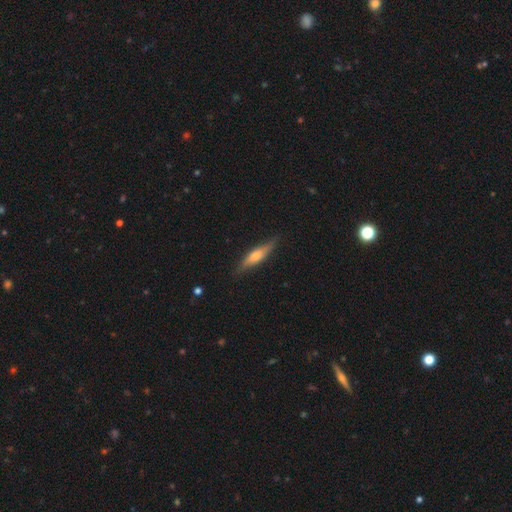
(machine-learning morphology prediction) Smooth or featured?
  - featured or disk: 52% *
  - smooth: 42%
  - star or artifact: 6%
Edge-on disk?
  - yes: 91% *
  - no: 9%
Merging?
  - none: 84% *
  - minor disturbance: 12%
  - major disturbance: 2%
  - merger: 1%